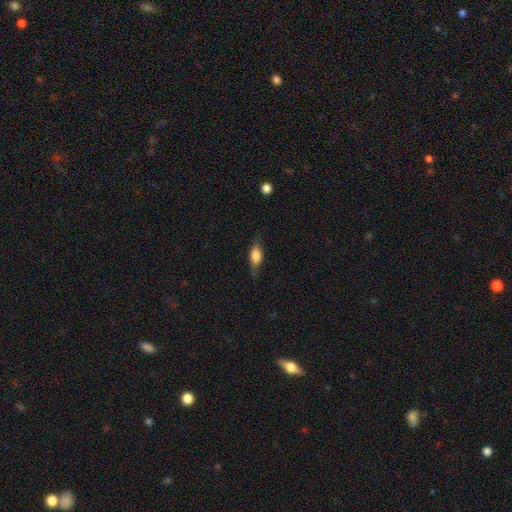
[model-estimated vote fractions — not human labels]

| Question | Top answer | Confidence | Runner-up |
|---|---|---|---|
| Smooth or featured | smooth | 65% | featured or disk (27%) |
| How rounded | in between | 70% | cigar-shaped (25%) |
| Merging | none | 74% | minor disturbance (18%) |